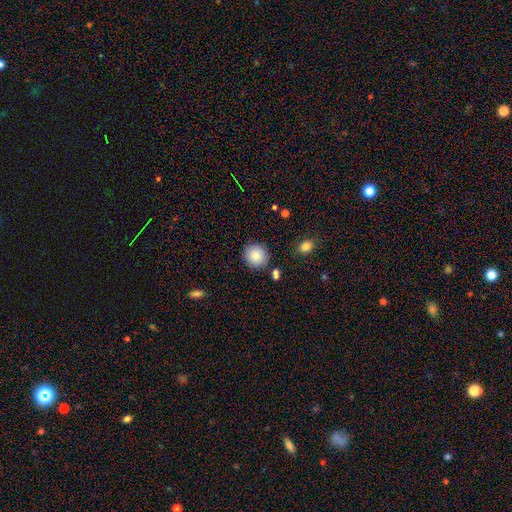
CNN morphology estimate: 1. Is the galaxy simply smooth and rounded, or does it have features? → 87% smooth, 8% star or artifact, 5% featured or disk.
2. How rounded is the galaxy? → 87% round, 12% in between, 1% cigar-shaped.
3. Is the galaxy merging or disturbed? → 86% none, 8% minor disturbance, 3% merger, 2% major disturbance.